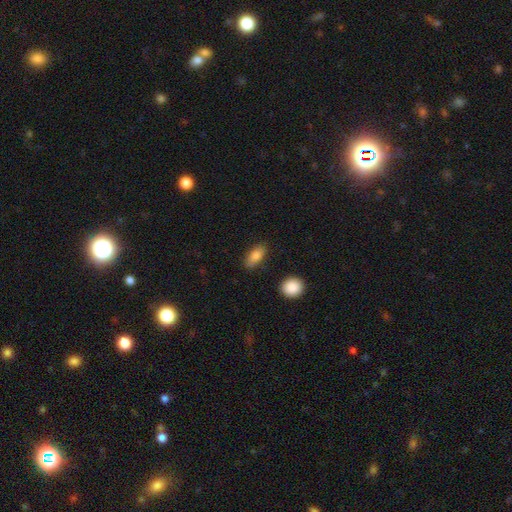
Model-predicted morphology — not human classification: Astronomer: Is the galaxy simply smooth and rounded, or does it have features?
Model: smooth — 82%.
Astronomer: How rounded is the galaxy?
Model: in between — 83%.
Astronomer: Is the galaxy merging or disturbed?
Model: none — 83%.